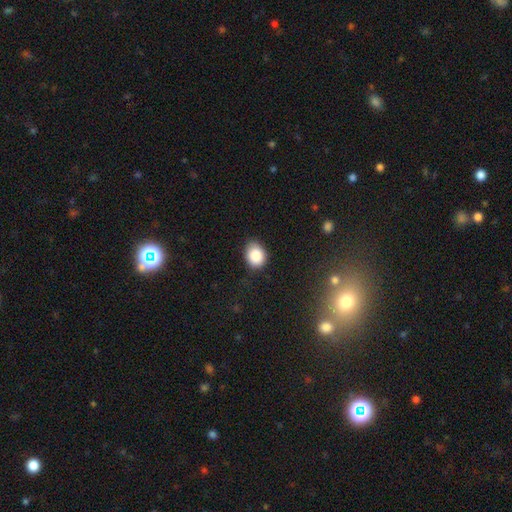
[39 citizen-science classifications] Volunteers were most divided on "how rounded": round: 52%, in between: 48%, cigar-shaped: 0%. More confident: smooth or featured — smooth (85%); merging — none (71%).